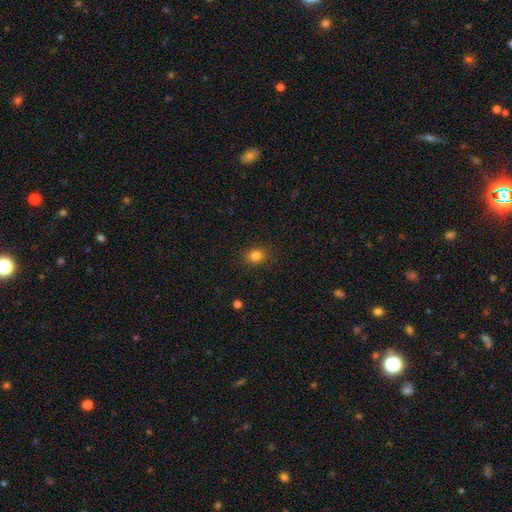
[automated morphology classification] Smooth or featured? Predicted: smooth (p=0.83). How rounded? Predicted: round (p=0.53). Merging? Predicted: none (p=0.88).